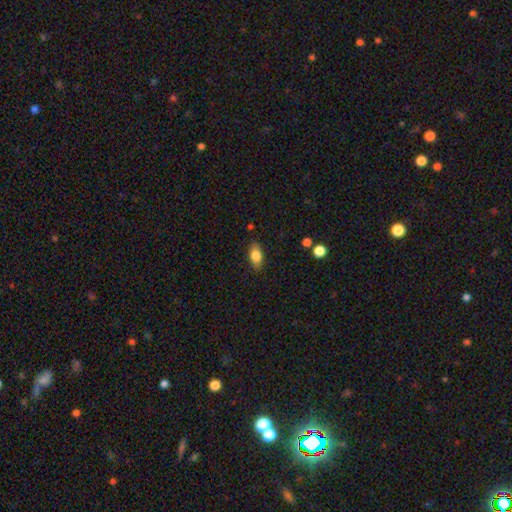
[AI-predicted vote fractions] Smooth or featured?
  - smooth: 79% *
  - featured or disk: 13%
  - star or artifact: 8%
How rounded?
  - in between: 85% *
  - cigar-shaped: 8%
  - round: 7%
Merging?
  - none: 85% *
  - minor disturbance: 11%
  - major disturbance: 3%
  - merger: 1%